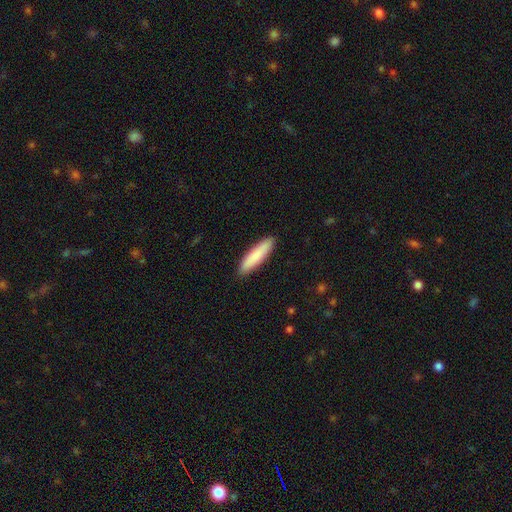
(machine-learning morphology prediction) Q: Smooth or featured?
A: smooth (86%); runner-up: featured or disk (9%)
Q: How rounded?
A: cigar-shaped (80%); runner-up: in between (19%)
Q: Merging?
A: none (91%); runner-up: minor disturbance (7%)